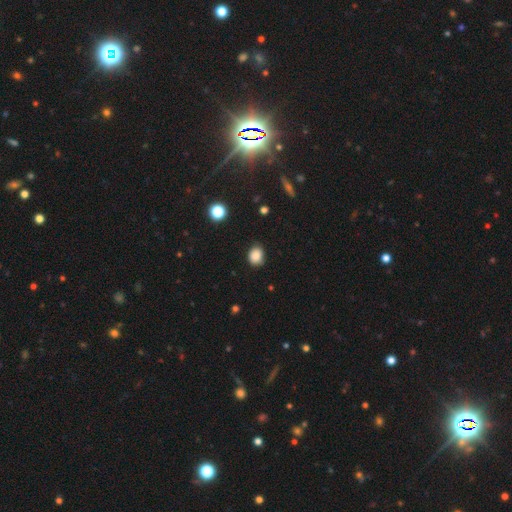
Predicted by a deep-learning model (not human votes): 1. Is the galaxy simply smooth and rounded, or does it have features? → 86% smooth, 10% star or artifact, 4% featured or disk.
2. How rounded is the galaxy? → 52% round, 47% in between, 1% cigar-shaped.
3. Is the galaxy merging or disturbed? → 79% none, 17% minor disturbance, 3% major disturbance, 1% merger.